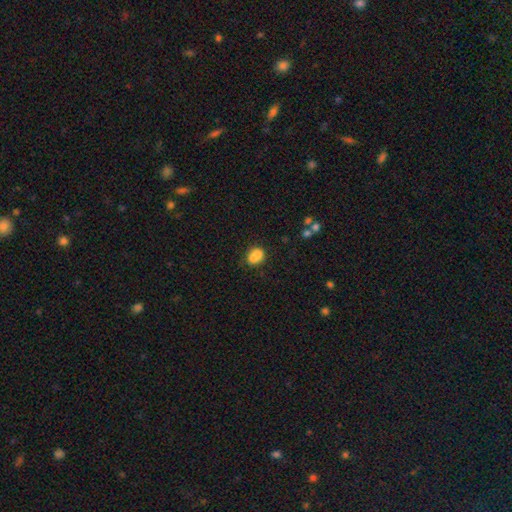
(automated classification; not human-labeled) A smooth galaxy with no disk features (81%) that is in between round and cigar-shaped (64%).

Vote fractions:
- Smooth or featured? smooth: 81% / star or artifact: 10% / featured or disk: 9%
- How rounded? in between: 64% / round: 34% / cigar-shaped: 2%
- Merging? none: 53% / merger: 24% / minor disturbance: 18% / major disturbance: 5%